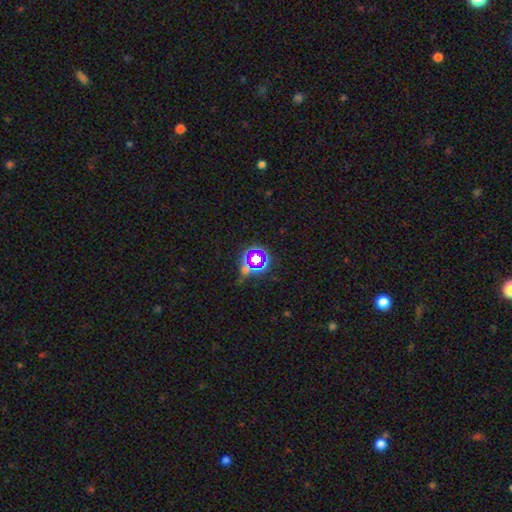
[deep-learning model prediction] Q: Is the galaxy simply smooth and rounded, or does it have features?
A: star or artifact — 64%.